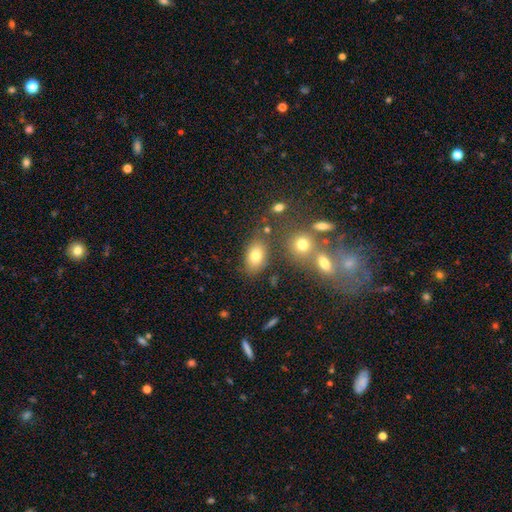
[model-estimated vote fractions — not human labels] The model was most divided on "merging": none: 72%, minor disturbance: 13%, merger: 9%, major disturbance: 5%. More confident: how rounded — in between (83%); smooth or featured — smooth (77%).